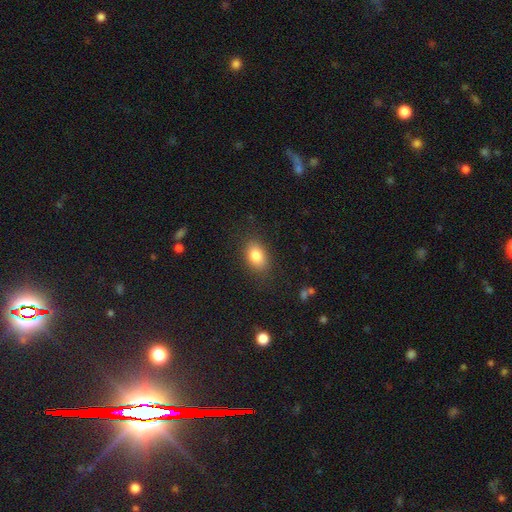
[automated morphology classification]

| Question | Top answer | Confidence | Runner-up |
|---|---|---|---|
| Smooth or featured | smooth | 83% | star or artifact (9%) |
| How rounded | in between | 84% | round (15%) |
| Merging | none | 84% | minor disturbance (11%) |